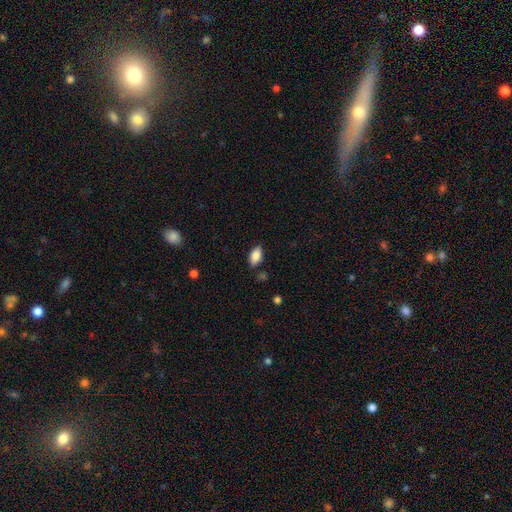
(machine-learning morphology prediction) Smooth or featured? smooth (85%)
How rounded? in between (92%)
Merging? none (83%)